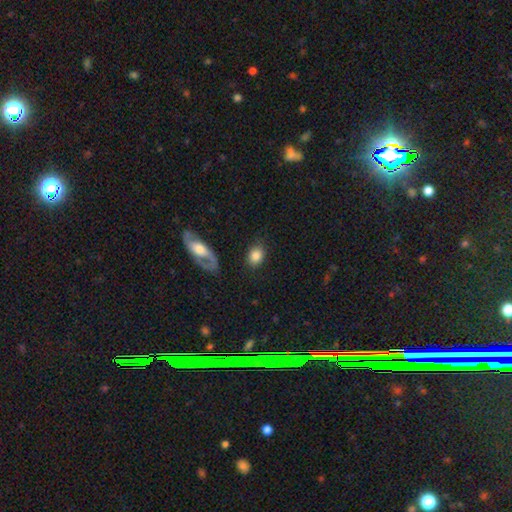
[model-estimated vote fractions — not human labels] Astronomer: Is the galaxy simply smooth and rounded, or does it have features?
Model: smooth — 80%.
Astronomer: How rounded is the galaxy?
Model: in between — 59% (runner-up: round, 39%).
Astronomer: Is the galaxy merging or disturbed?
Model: none — 78%.